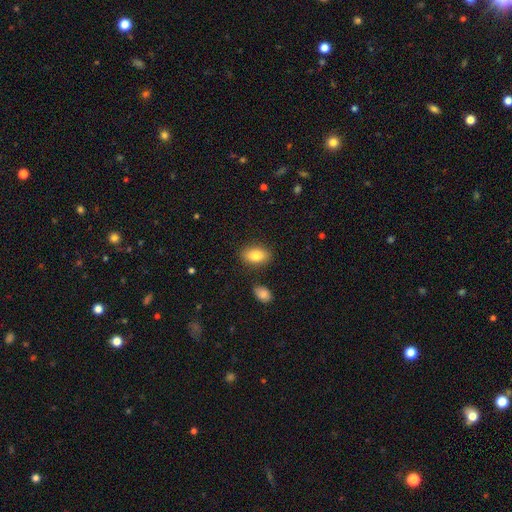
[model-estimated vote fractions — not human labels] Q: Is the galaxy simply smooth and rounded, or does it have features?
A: smooth — 83%.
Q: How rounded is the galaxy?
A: in between — 89%.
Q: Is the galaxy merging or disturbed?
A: none — 84%.